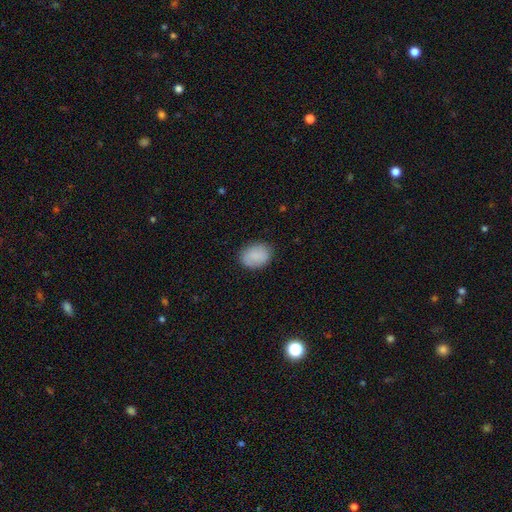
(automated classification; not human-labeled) smooth 85%, featured or disk 8%, star or artifact 7%. Down the decision tree: how rounded — in between (70%); merging — none (83%).